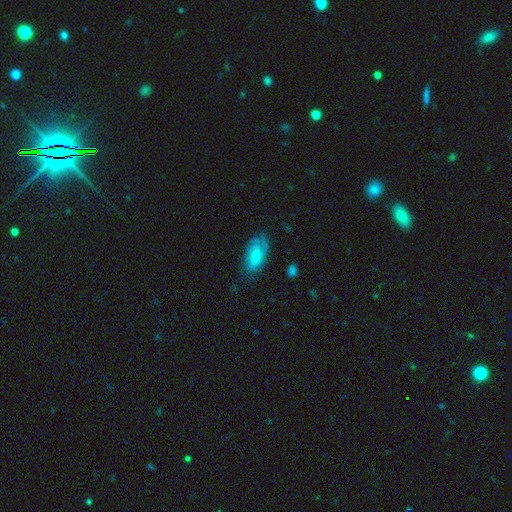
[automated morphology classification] The model was most divided on "smooth or featured": smooth: 59%, featured or disk: 34%, star or artifact: 7%. More confident: how rounded — in between (91%); merging — none (58%).